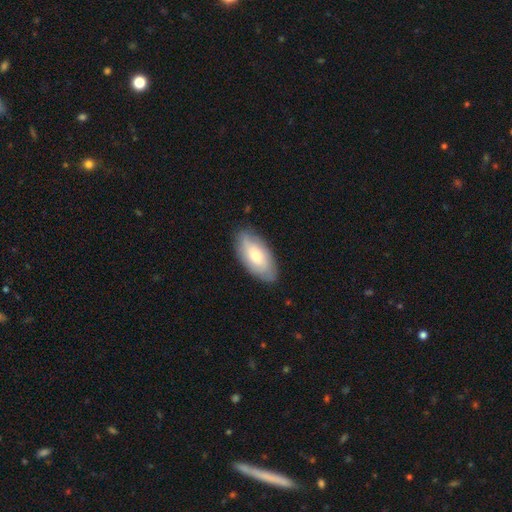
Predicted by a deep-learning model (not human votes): Smooth or featured: smooth — 65% (featured or disk — 29%)
How rounded: in between — 91% (cigar-shaped — 6%)
Merging: none — 81% (minor disturbance — 15%)